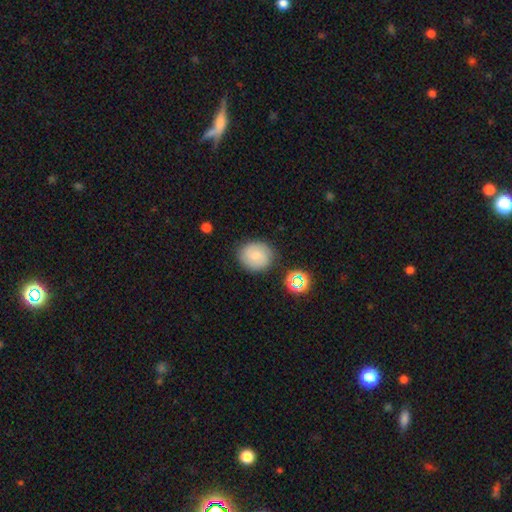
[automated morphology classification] smooth 73%, featured or disk 16%, star or artifact 11%. Down the decision tree: how rounded — round (78%); merging — none (80%).